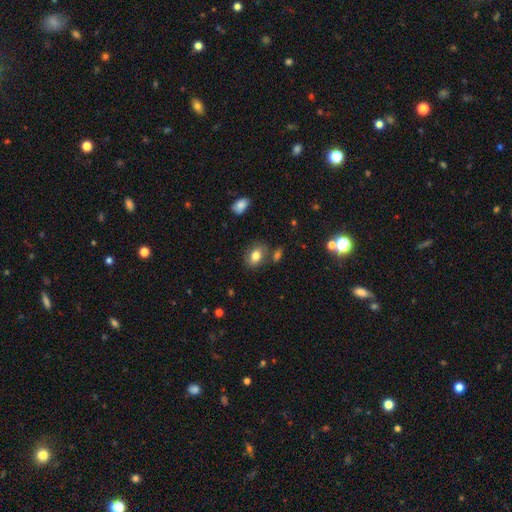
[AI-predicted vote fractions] smooth-or-featured: smooth: 79% | featured or disk: 12% | star or artifact: 9%
  how-rounded: in between: 74% | round: 25% | cigar-shaped: 1%
  merging: none: 72% | minor disturbance: 14% | merger: 10% | major disturbance: 4%